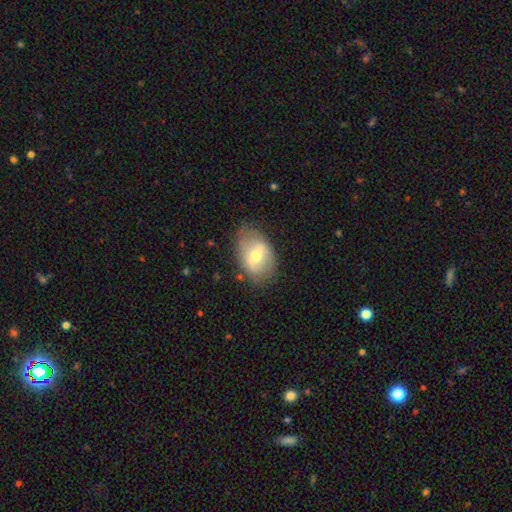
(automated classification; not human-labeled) This appears to be a smooth galaxy with no disk features (50%) that is in between round and cigar-shaped (80%). Merging: none (69%).